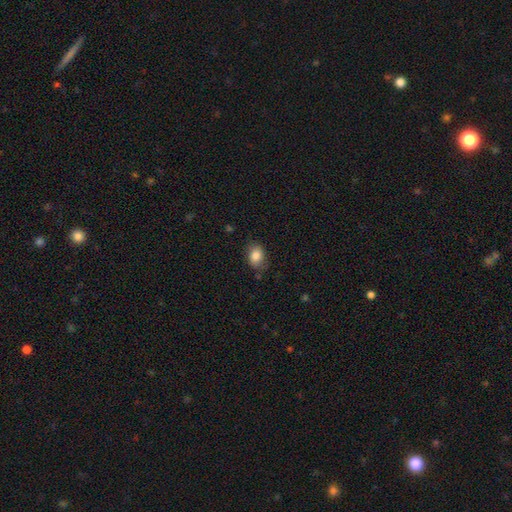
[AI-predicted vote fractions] This is clearly a smooth galaxy (85%). How rounded: likely in between (65%). Merging: likely none (76%).